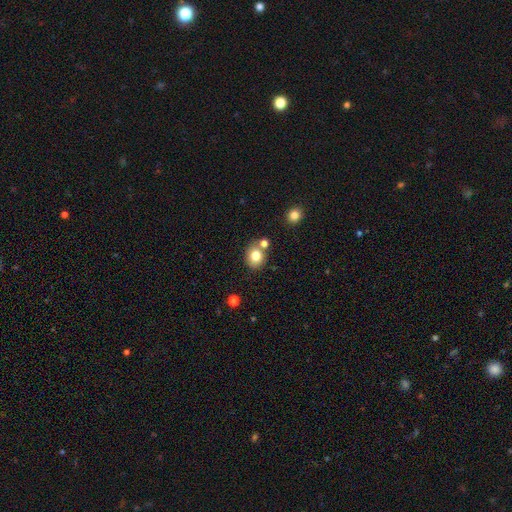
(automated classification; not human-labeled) Q: Smooth or featured?
A: smooth (79%); runner-up: star or artifact (11%)
Q: How rounded?
A: round (68%); runner-up: in between (31%)
Q: Merging?
A: none (68%); runner-up: merger (18%)